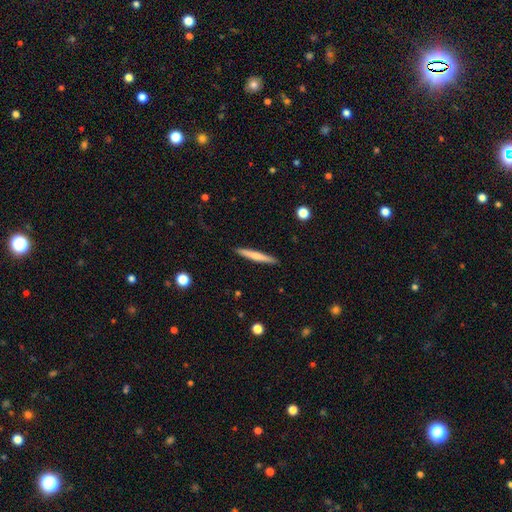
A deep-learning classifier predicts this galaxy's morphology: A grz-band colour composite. It shows a smooth galaxy with no disk features (61%) that is cigar-shaped (95%). Merging: none (91%).